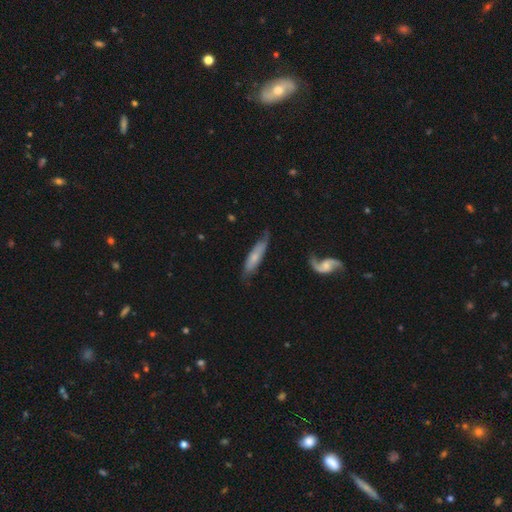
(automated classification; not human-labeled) Smooth or featured: smooth — 49% (featured or disk — 45%)
Merging: none — 60% (minor disturbance — 28%)